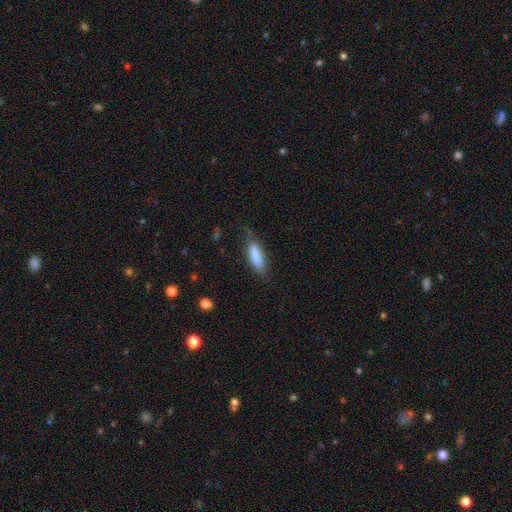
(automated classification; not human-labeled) smooth_or_featured: smooth (p=0.83) [alt: featured or disk p=0.11]
how_rounded: in between (p=0.55) [alt: cigar-shaped p=0.43]
merging: none (p=0.74) [alt: minor disturbance p=0.19]